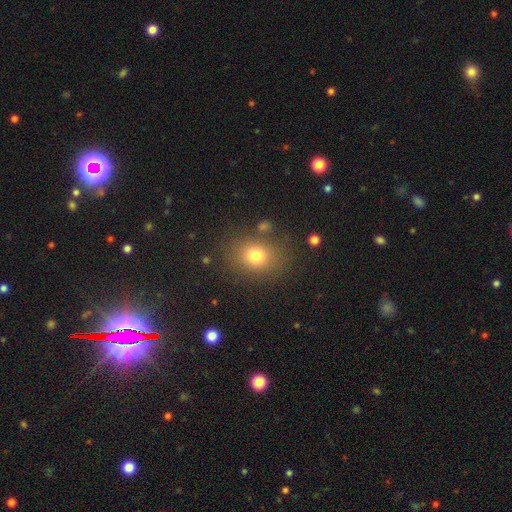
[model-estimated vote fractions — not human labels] smooth 76%, star or artifact 14%, featured or disk 10%. Down the decision tree: how rounded — round (51%); merging — none (80%).